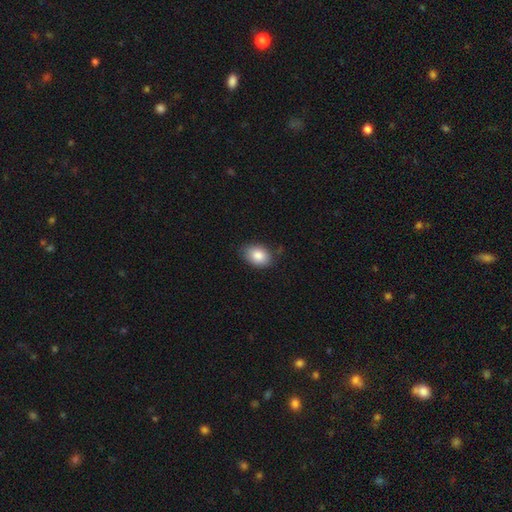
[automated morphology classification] Smooth or featured? smooth (85%)
How rounded? in between (78%)
Merging? none (80%)